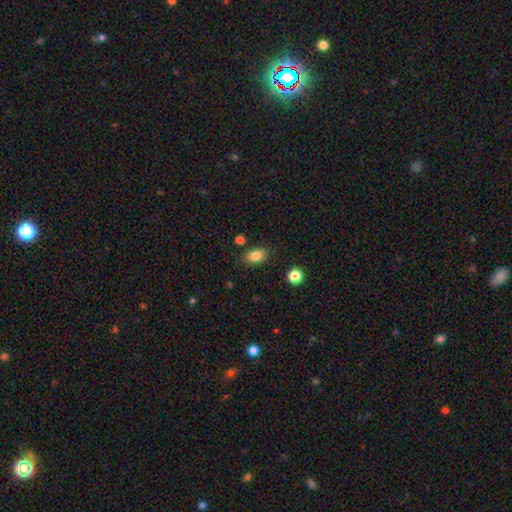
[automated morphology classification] type=smooth (84%); roundness=in between (82%); merging=none (84%).